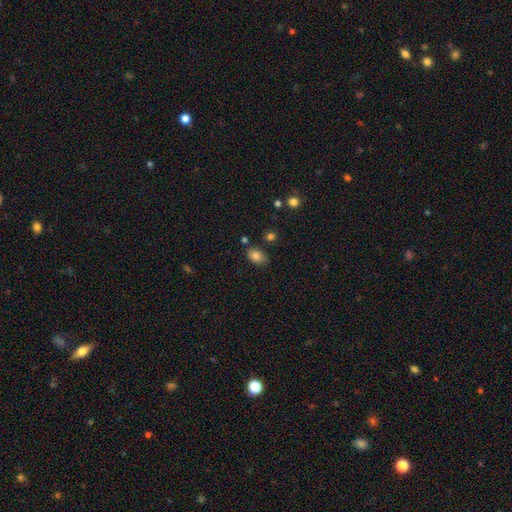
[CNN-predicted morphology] smooth 83%, star or artifact 10%, featured or disk 7%. Down the decision tree: how rounded — in between (83%); merging — none (74%).